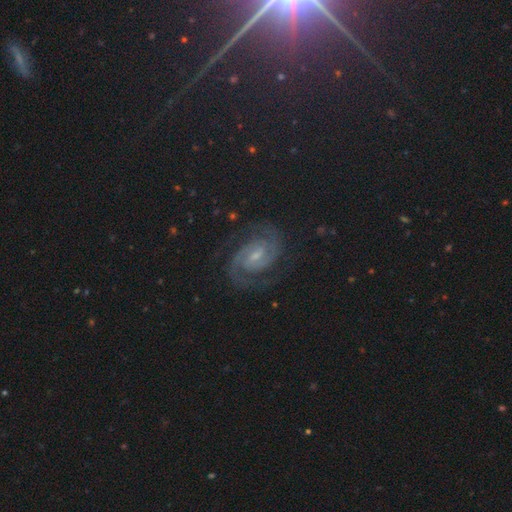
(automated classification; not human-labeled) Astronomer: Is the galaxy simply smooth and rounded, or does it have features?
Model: featured or disk — 86%.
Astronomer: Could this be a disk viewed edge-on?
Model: no — 98%.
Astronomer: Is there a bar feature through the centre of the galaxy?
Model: weak — 57%.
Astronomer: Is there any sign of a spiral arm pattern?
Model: yes — 98%.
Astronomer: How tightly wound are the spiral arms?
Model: medium — 47% (runner-up: tight, 46%).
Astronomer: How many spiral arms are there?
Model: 2 — 92%.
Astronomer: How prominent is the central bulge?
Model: small — 60%.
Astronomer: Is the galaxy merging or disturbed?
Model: none — 83%.